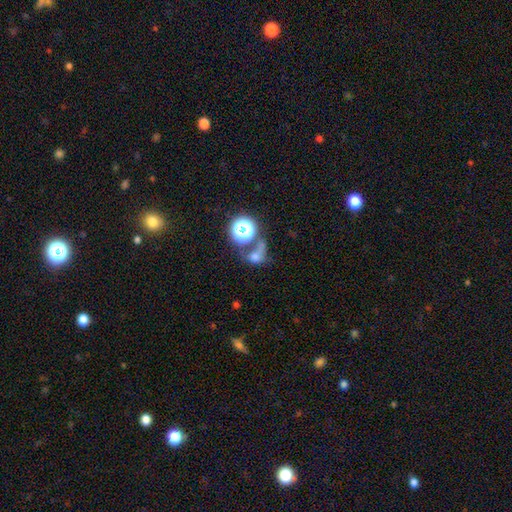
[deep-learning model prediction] Smooth or featured? smooth (48%)
Merging? merger (36%)